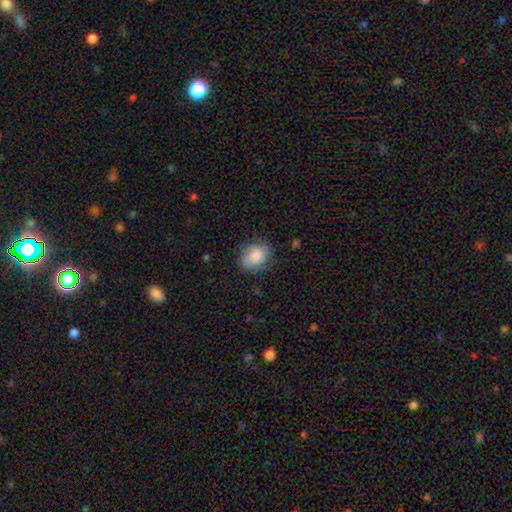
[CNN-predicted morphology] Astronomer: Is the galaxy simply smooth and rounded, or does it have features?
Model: smooth — 77%.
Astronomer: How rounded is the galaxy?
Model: in between — 58% (runner-up: round, 40%).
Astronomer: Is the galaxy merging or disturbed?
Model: none — 70%.